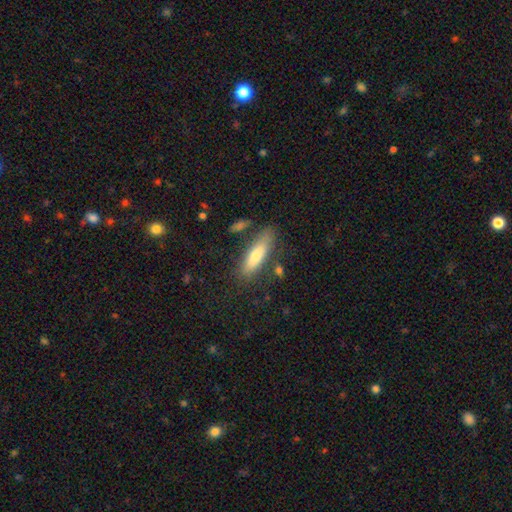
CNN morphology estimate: Smooth or featured? Predicted: smooth (p=0.67). How rounded? Predicted: cigar-shaped (p=0.65). Merging? Predicted: none (p=0.77).